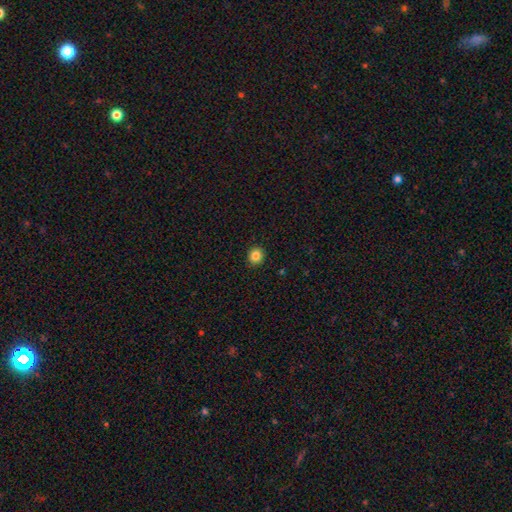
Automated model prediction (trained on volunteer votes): Smooth or featured: smooth — 84% (star or artifact — 11%)
How rounded: round — 86% (in between — 13%)
Merging: none — 91% (minor disturbance — 6%)